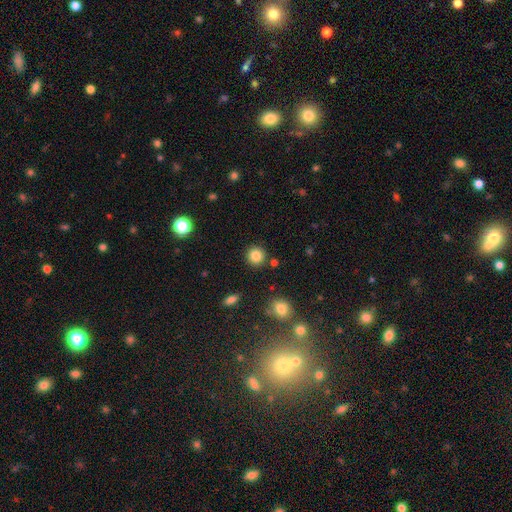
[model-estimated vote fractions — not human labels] Overall: smooth (85%). How rounded: round (92%). Merging: none (89%).